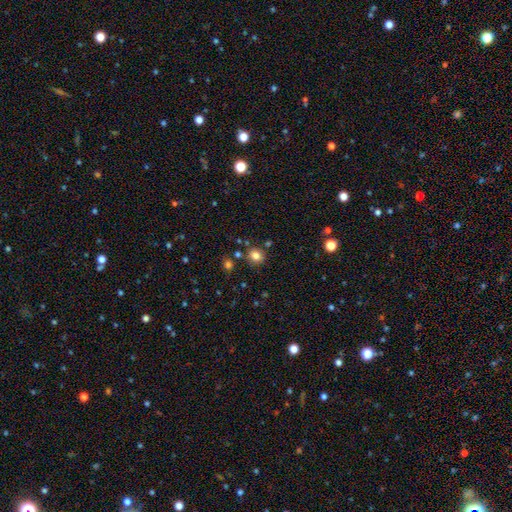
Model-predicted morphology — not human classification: type=smooth (81%); roundness=round (79%); merging=none (82%).